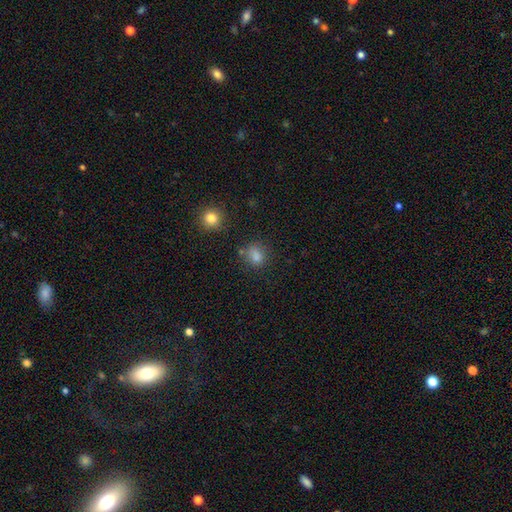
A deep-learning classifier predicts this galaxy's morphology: Smooth or featured? Predicted: smooth (p=0.77). How rounded? Predicted: round (p=0.65). Merging? Predicted: none (p=0.73).